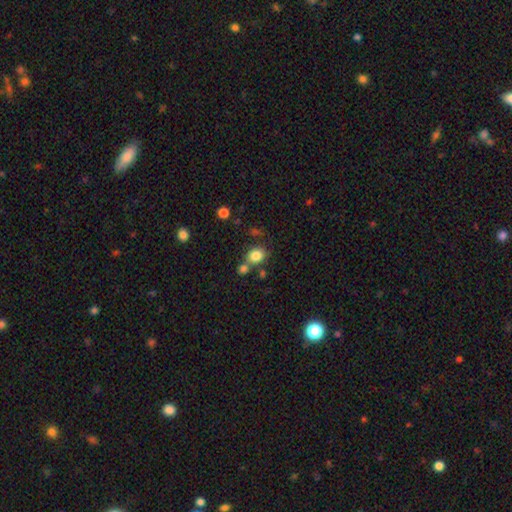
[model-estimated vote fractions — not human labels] Smooth or featured: smooth — 83% (star or artifact — 10%)
How rounded: round — 54% (in between — 45%)
Merging: none — 62% (merger — 21%)